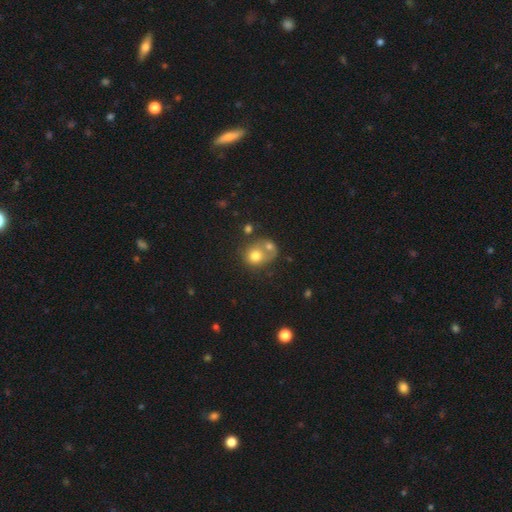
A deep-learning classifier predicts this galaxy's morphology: type=smooth (71%); roundness=round (72%); merging=merger (56%).